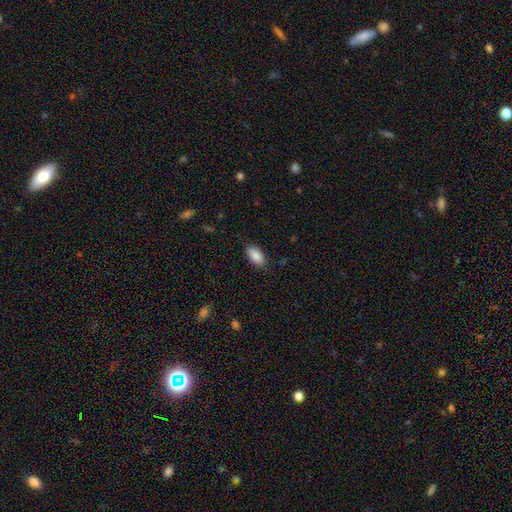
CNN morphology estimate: Smooth or featured? smooth (88%)
How rounded? in between (93%)
Merging? none (81%)